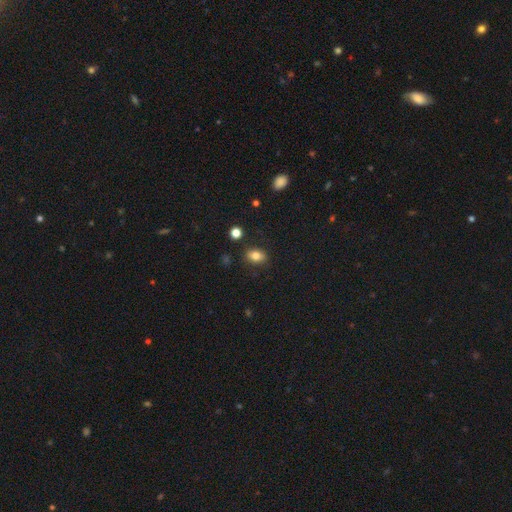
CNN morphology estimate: A smooth galaxy with no disk features (80%) that is in between round and cigar-shaped (73%). Merging: none (85%).